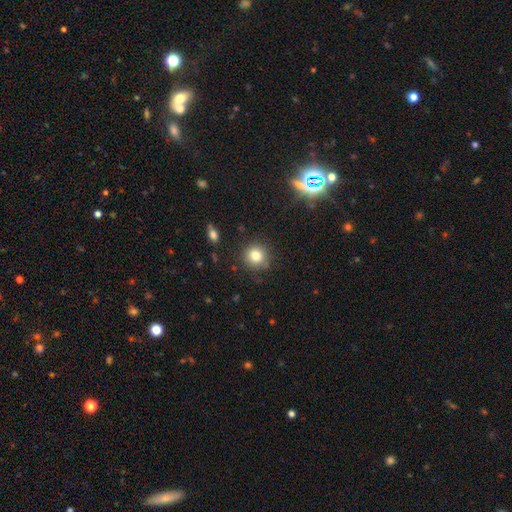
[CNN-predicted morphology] smooth_or_featured: smooth (p=0.80) [alt: star or artifact p=0.13]
how_rounded: round (p=0.91) [alt: in between p=0.08]
merging: none (p=0.86) [alt: minor disturbance p=0.09]